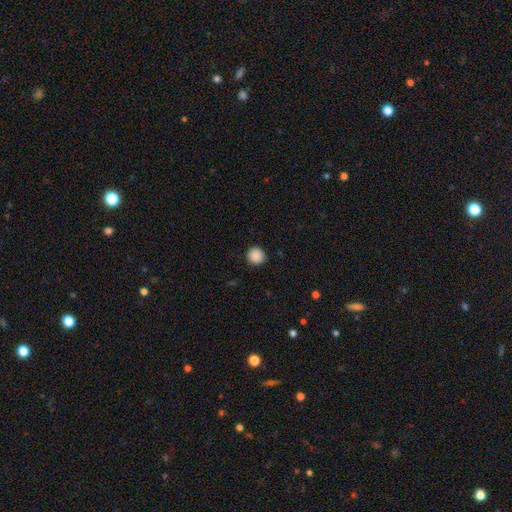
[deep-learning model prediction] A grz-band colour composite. It shows a smooth galaxy with no disk features (89%) that is round (94%). Merging: none (89%).